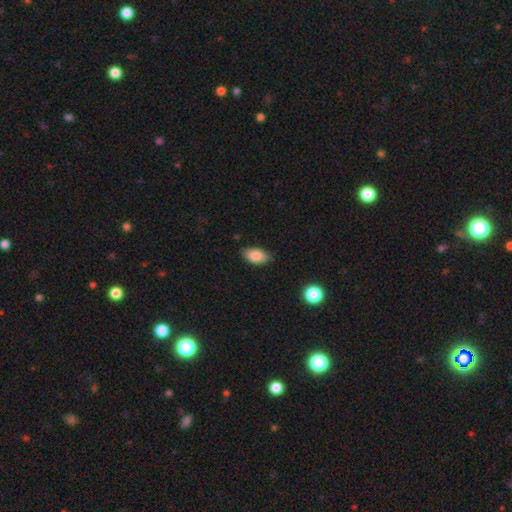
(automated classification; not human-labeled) smooth-or-featured: smooth: 86% | star or artifact: 8% | featured or disk: 7%
  how-rounded: in between: 92% | round: 5% | cigar-shaped: 3%
  merging: none: 79% | minor disturbance: 17% | major disturbance: 3% | merger: 1%